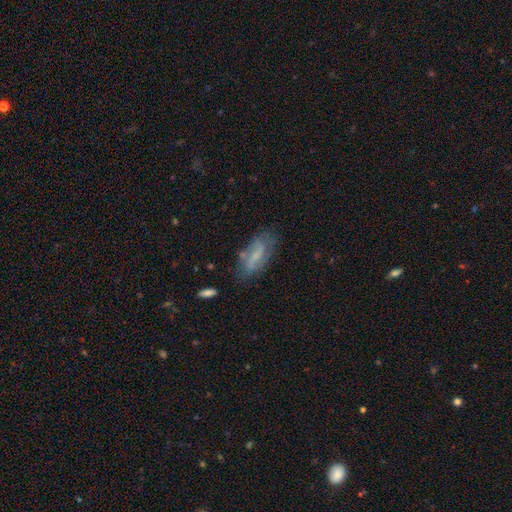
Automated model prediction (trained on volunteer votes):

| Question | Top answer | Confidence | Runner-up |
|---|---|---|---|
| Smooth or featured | featured or disk | 48% | smooth (44%) |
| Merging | none | 66% | minor disturbance (23%) |